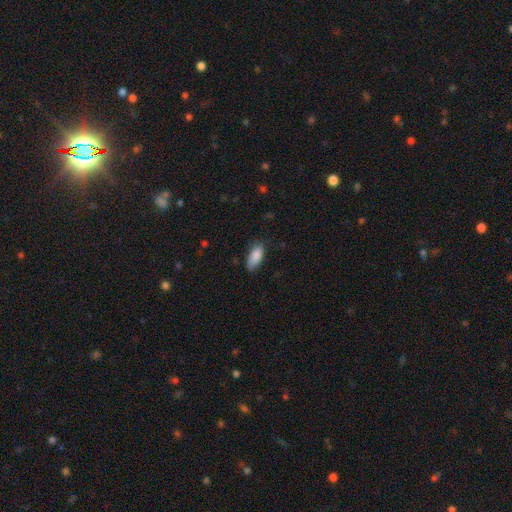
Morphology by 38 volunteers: Smooth or featured? smooth (89%)
How rounded? in between (85%)
Merging? none (64%)